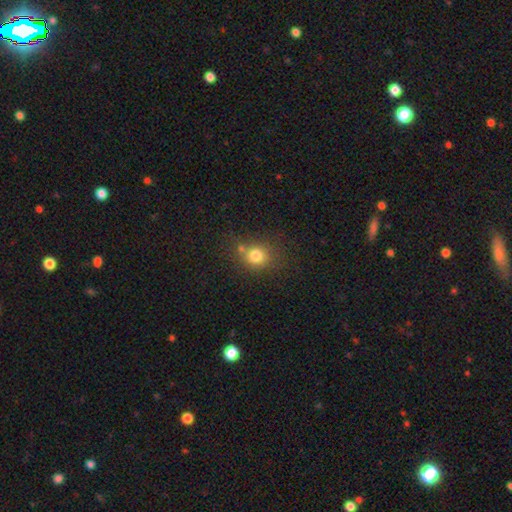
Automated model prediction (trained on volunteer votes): Smooth or featured?
  - smooth: 79% *
  - star or artifact: 13%
  - featured or disk: 8%
How rounded?
  - round: 79% *
  - in between: 20%
  - cigar-shaped: 1%
Merging?
  - none: 62% *
  - merger: 18%
  - minor disturbance: 14%
  - major disturbance: 5%